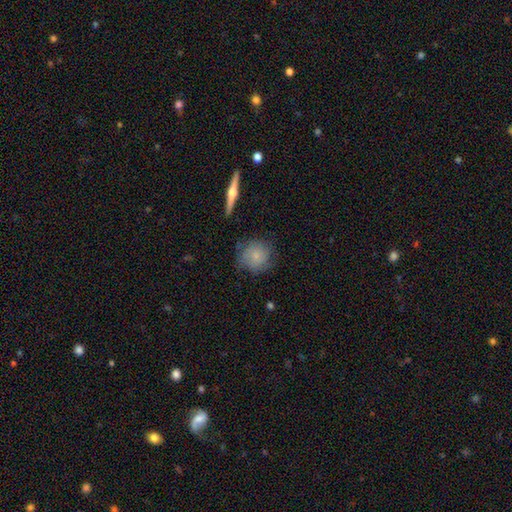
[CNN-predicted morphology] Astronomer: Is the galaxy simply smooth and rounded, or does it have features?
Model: smooth — 71%.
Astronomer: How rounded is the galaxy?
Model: round — 87%.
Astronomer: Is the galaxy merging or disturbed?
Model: none — 72%.